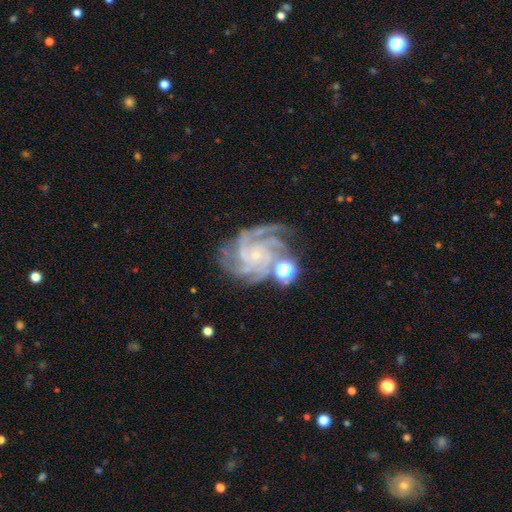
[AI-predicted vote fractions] featured or disk 89%, star or artifact 7%, smooth 4%. Down the decision tree: edge-on disk — no (98%); bar — no (73%); spiral arms — yes (98%); spiral arm count — 4 (43%); spiral winding — tight (63%); bulge size — small (81%); merging — none (66%).